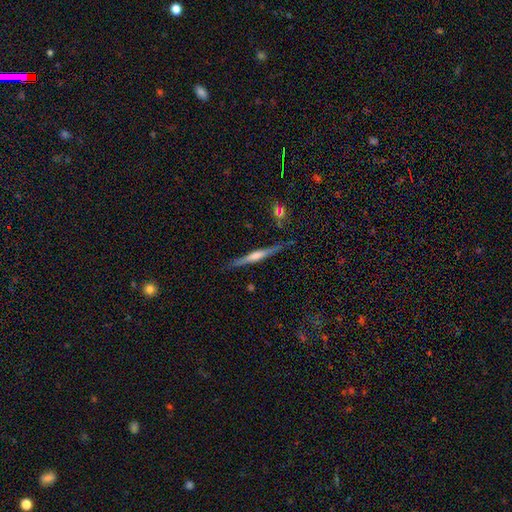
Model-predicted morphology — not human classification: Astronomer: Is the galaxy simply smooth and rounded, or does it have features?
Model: featured or disk — 66%.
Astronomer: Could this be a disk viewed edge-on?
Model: yes — 97%.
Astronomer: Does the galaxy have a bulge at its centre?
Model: rounded — 52%.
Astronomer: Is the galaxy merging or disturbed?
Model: none — 85%.